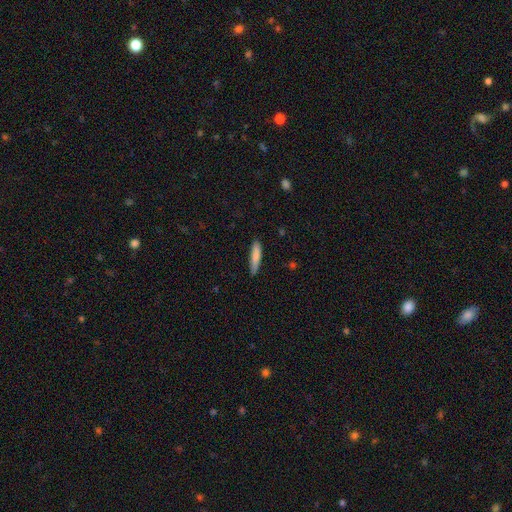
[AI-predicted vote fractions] Q: Smooth or featured?
A: smooth (83%); runner-up: featured or disk (11%)
Q: How rounded?
A: cigar-shaped (85%); runner-up: in between (14%)
Q: Merging?
A: none (78%); runner-up: minor disturbance (18%)